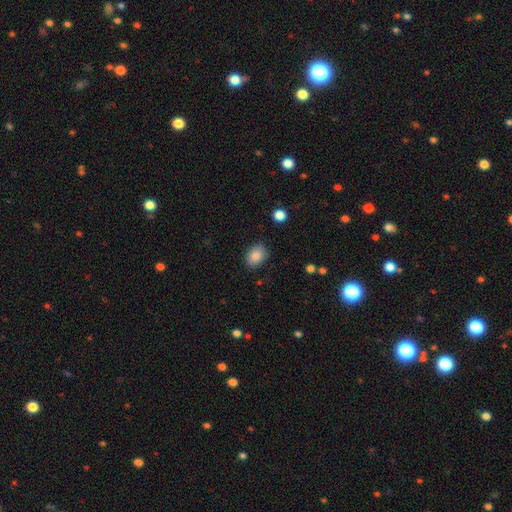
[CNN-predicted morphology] Smooth or featured?
  - smooth: 86% *
  - star or artifact: 8%
  - featured or disk: 6%
How rounded?
  - in between: 79% *
  - round: 19%
  - cigar-shaped: 1%
Merging?
  - none: 82% *
  - minor disturbance: 13%
  - major disturbance: 3%
  - merger: 1%